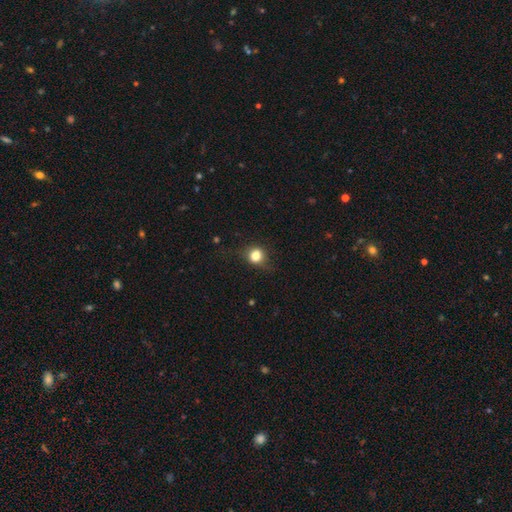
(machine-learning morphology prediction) Q: Smooth or featured?
A: smooth (80%); runner-up: star or artifact (12%)
Q: How rounded?
A: round (78%); runner-up: in between (21%)
Q: Merging?
A: none (72%); runner-up: minor disturbance (19%)